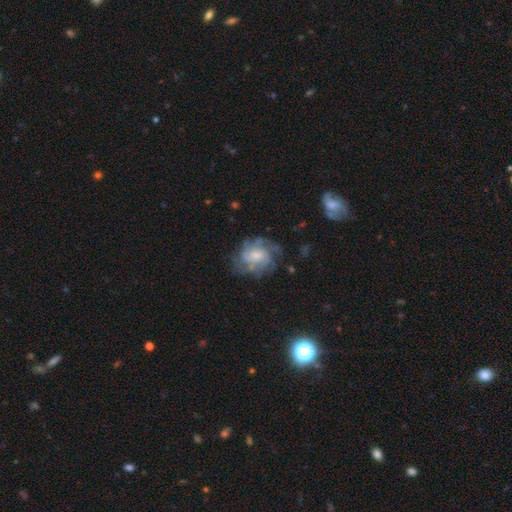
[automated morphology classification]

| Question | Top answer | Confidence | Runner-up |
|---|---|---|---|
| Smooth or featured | featured or disk | 70% | smooth (22%) |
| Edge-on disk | no | 97% | yes (3%) |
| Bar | no | 61% | weak (34%) |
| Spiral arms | yes | 85% | no (15%) |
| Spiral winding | tight | 44% | medium (40%) |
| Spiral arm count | can't tell | 43% | 3 (17%) |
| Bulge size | moderate | 40% | small (34%) |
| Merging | none | 60% | minor disturbance (21%) |